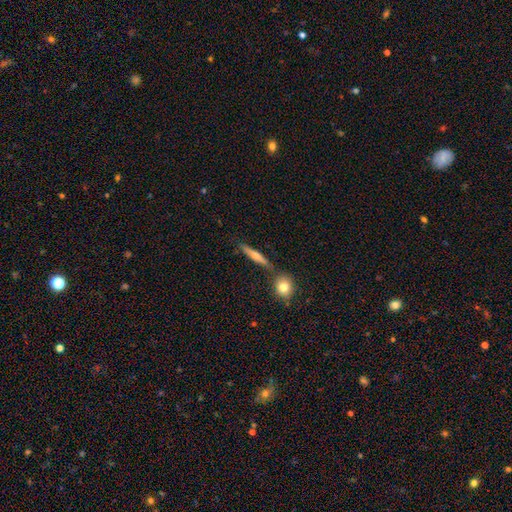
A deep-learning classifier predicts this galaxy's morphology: Q: Smooth or featured?
A: smooth (52%); runner-up: featured or disk (41%)
Q: How rounded?
A: cigar-shaped (84%); runner-up: in between (12%)
Q: Merging?
A: none (77%); runner-up: minor disturbance (11%)